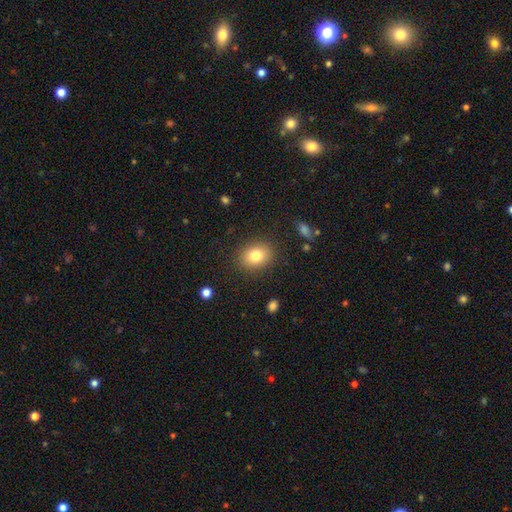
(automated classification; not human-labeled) A smooth galaxy with no disk features (81%) that is in between round and cigar-shaped (52%). Merging: none (87%).